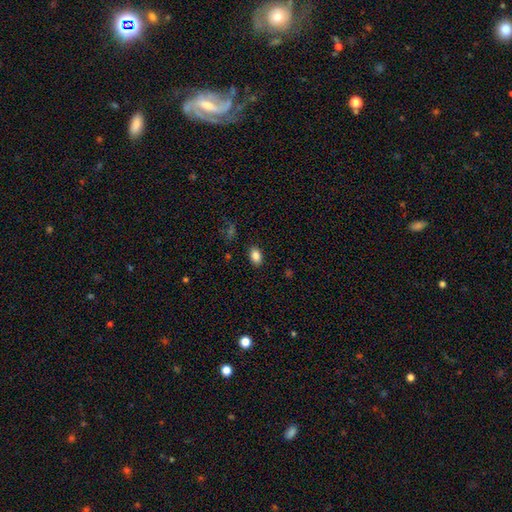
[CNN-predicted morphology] Smooth or featured: smooth — 85% (star or artifact — 9%)
How rounded: in between — 85% (round — 14%)
Merging: none — 87% (minor disturbance — 9%)